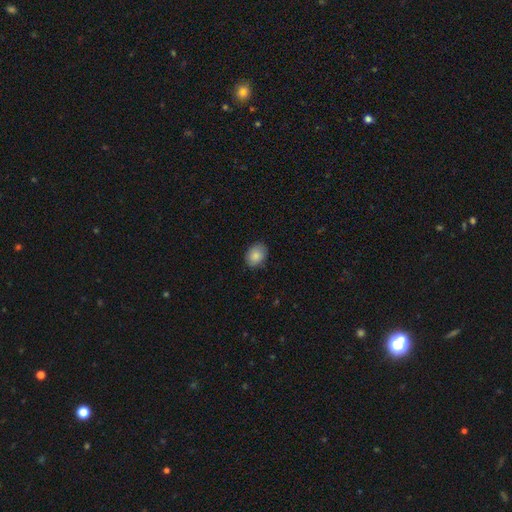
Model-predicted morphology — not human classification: Smooth or featured: smooth — 86% (star or artifact — 7%)
How rounded: in between — 66% (round — 33%)
Merging: none — 84% (minor disturbance — 13%)